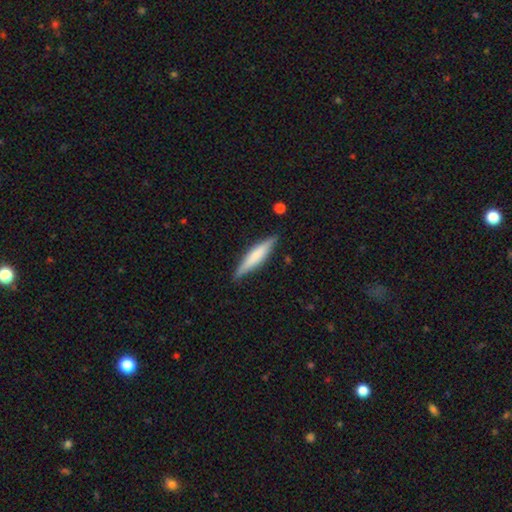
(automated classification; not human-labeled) smooth-or-featured: smooth: 57% | featured or disk: 38% | star or artifact: 6%
  how-rounded: cigar-shaped: 87% | in between: 12% | round: 1%
  merging: none: 87% | minor disturbance: 10% | major disturbance: 2% | merger: 1%